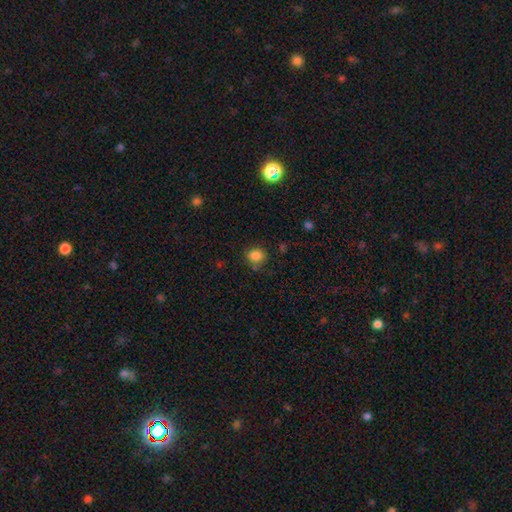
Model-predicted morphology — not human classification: A smooth galaxy with no disk features (83%) that is round (73%). Merging: none (75%).